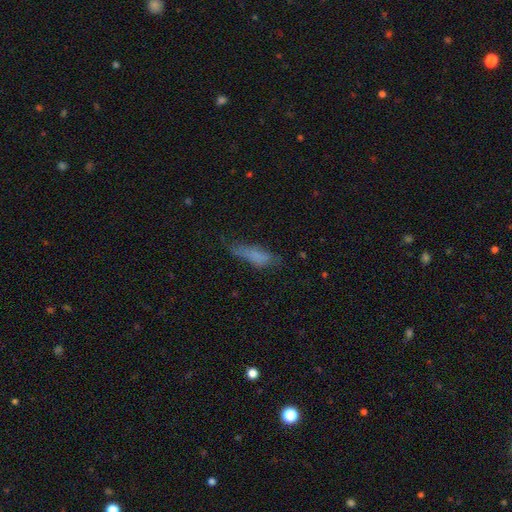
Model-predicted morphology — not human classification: Smooth or featured: smooth — 69% (featured or disk — 20%)
How rounded: cigar-shaped — 61% (in between — 36%)
Merging: none — 51% (minor disturbance — 30%)